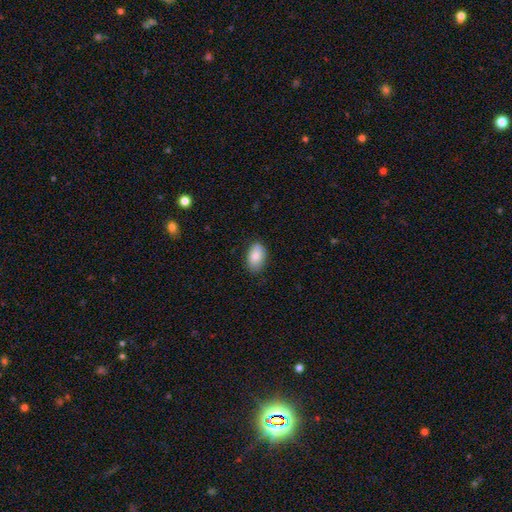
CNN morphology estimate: This appears to be a smooth galaxy with no disk features (86%) that is in between round and cigar-shaped (91%). Merging: none (80%).